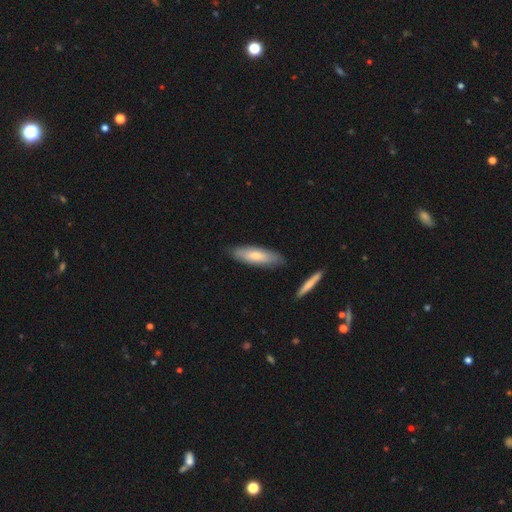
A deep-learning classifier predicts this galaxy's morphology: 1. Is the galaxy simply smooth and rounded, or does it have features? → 71% smooth, 24% featured or disk, 5% star or artifact.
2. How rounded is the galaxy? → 51% cigar-shaped, 48% in between, 2% round.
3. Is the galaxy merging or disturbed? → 81% none, 14% minor disturbance, 3% major disturbance, 2% merger.